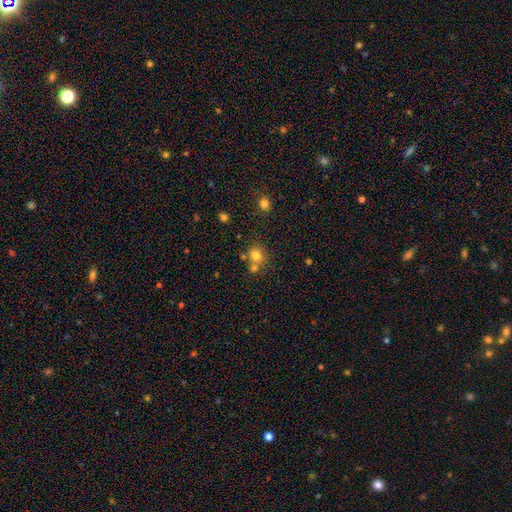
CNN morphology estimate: Overall: smooth (77%). How rounded: round (84%). Merging: none (60%; merger 28%).